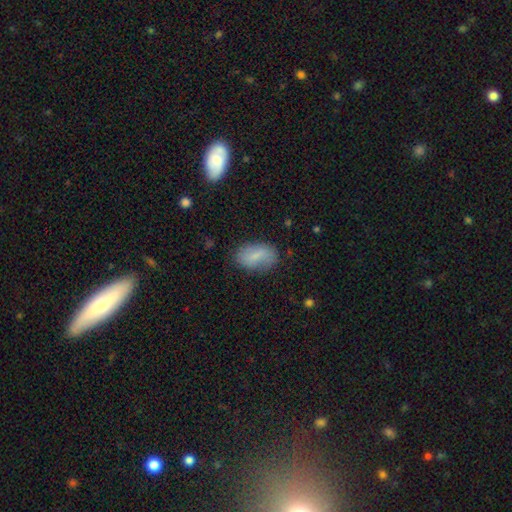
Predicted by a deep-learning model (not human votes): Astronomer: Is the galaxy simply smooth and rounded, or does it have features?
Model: smooth — 75%.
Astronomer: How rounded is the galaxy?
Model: in between — 91%.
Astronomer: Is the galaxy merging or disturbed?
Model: none — 73%.